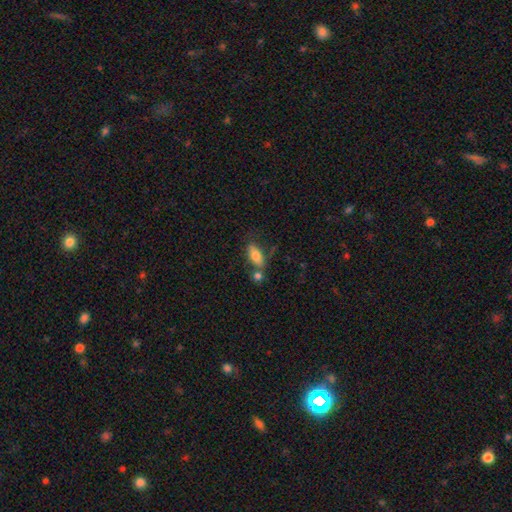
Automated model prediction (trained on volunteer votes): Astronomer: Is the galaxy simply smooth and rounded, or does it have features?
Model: smooth — 74%.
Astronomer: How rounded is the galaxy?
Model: in between — 79%.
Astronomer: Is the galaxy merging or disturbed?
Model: none — 51%.